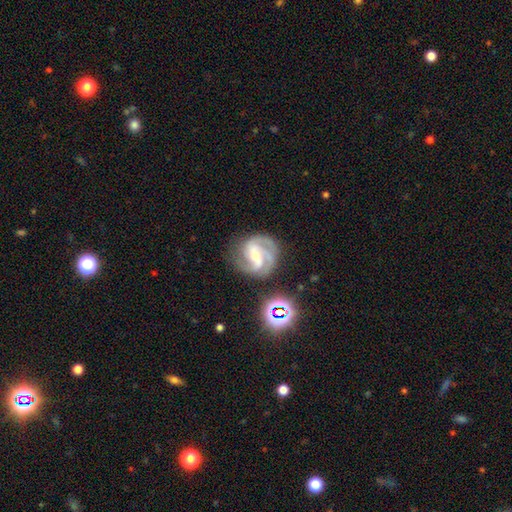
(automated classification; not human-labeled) smooth-or-featured: featured or disk: 86% | smooth: 7% | star or artifact: 6%
  disk-edge-on: no: 98% | yes: 2%
    bar: weak: 44% | strong: 31% | no: 25%
    has-spiral-arms: yes: 97% | no: 3%
      spiral-winding: medium: 50% | tight: 37% | loose: 13%
      spiral-arm-count: 3: 55% | 2: 22% | can't tell: 9% | 4: 7% | 1: 4% | more than 4: 3%
    bulge-size: small: 53% | moderate: 36% | none: 6% | large: 4% | dominant: 1%
  merging: none: 69% | minor disturbance: 17% | major disturbance: 10% | merger: 3%